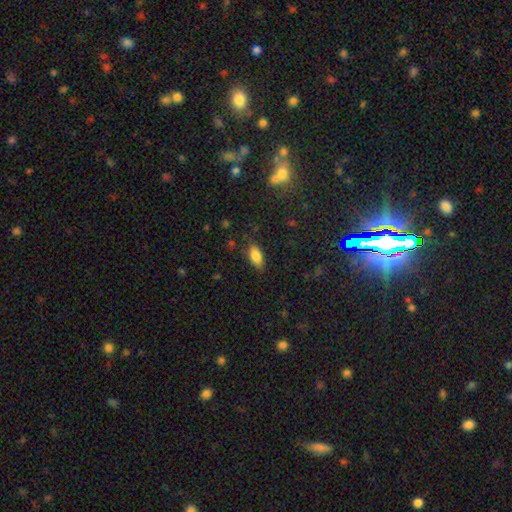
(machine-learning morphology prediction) The model was most divided on "merging": none: 78%, minor disturbance: 17%, major disturbance: 4%, merger: 1%. More confident: how rounded — in between (88%); smooth or featured — smooth (85%).